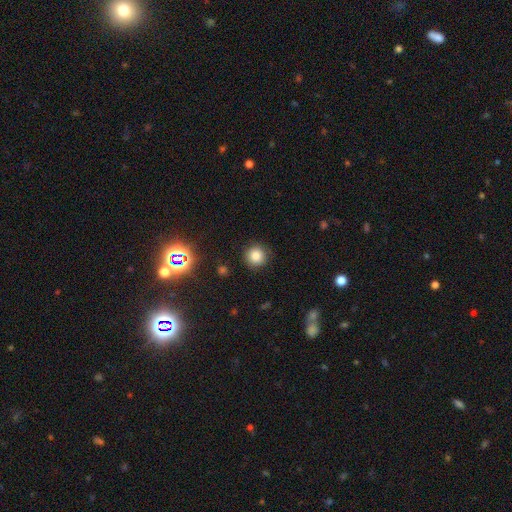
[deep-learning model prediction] Q: Smooth or featured?
A: smooth (81%); runner-up: star or artifact (14%)
Q: How rounded?
A: round (94%); runner-up: in between (5%)
Q: Merging?
A: none (89%); runner-up: minor disturbance (7%)